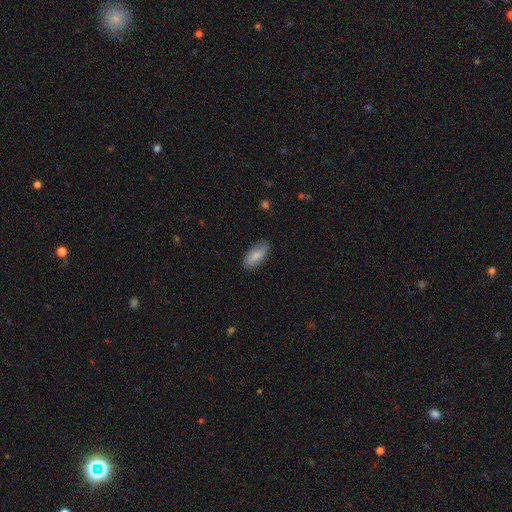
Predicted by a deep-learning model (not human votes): Smooth or featured? Predicted: smooth (p=0.81). How rounded? Predicted: in between (p=0.89). Merging? Predicted: none (p=0.85).